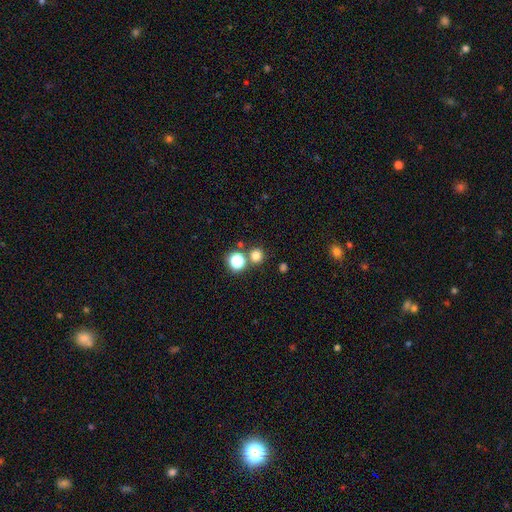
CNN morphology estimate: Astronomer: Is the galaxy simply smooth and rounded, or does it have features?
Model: smooth — 75%.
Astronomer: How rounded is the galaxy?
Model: round — 92%.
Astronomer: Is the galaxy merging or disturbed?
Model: none — 76%.